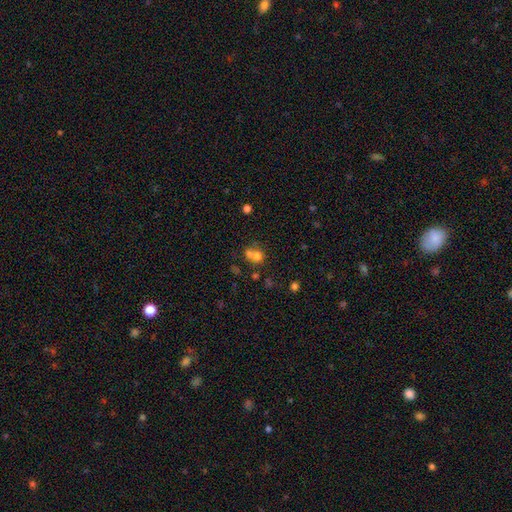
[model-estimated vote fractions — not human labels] This is likely a smooth galaxy (68%). How rounded: likely round (76%). Merging: possibly merger (52%).